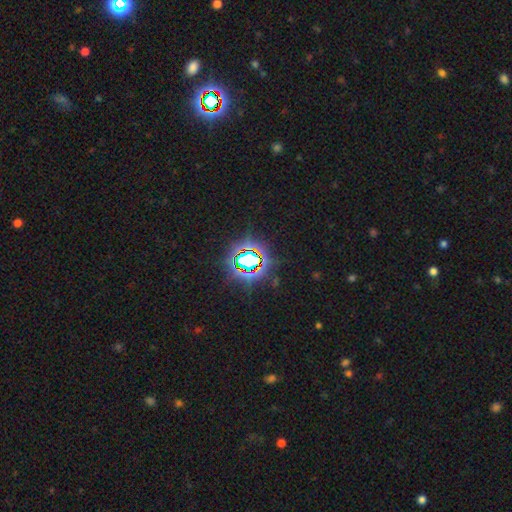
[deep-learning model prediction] Overall: star or artifact (81%).